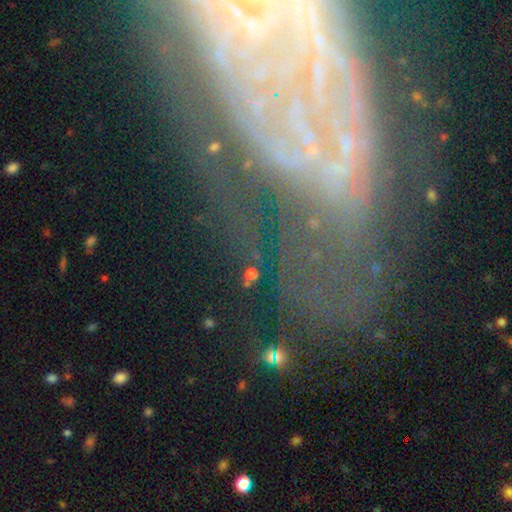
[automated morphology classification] Smooth or featured: featured or disk — 66% (star or artifact — 21%)
Edge-on disk: no — 86% (yes — 14%)
Bar: no — 51% (weak — 26%)
Spiral arms: yes — 72% (no — 28%)
Bulge size: small — 44% (moderate — 26%)
Merging: none — 58% (major disturbance — 18%)